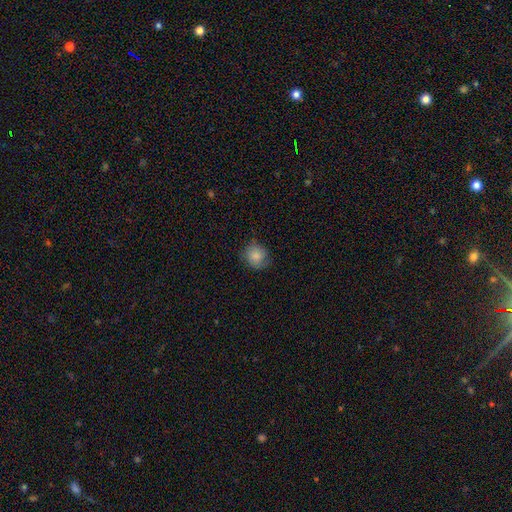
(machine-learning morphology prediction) This is clearly a smooth galaxy (82%). How rounded: clearly round (84%). Merging: likely none (75%).